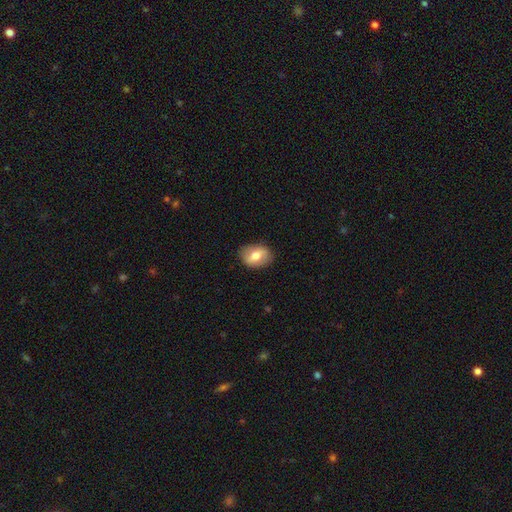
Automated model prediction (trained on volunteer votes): A smooth galaxy with no disk features (59%) that is in between round and cigar-shaped (74%).

Vote fractions:
- Smooth or featured? smooth: 59% / featured or disk: 34% / star or artifact: 7%
- How rounded? in between: 74% / round: 25% / cigar-shaped: 2%
- Merging? none: 83% / minor disturbance: 13% / major disturbance: 3% / merger: 1%